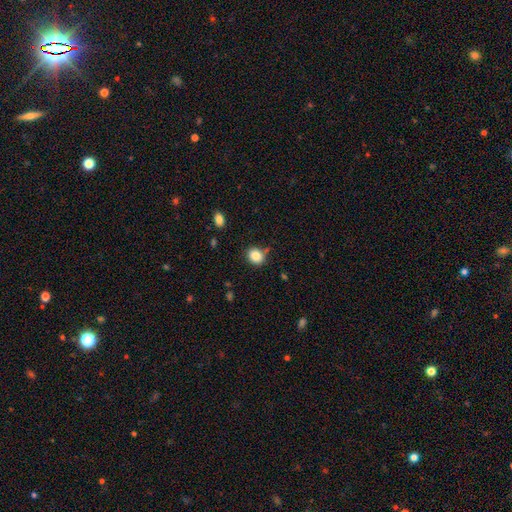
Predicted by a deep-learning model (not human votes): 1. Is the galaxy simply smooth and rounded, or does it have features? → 86% smooth, 10% star or artifact, 5% featured or disk.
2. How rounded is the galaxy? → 64% round, 35% in between, 1% cigar-shaped.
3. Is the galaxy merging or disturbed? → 79% none, 13% minor disturbance, 5% merger, 4% major disturbance.